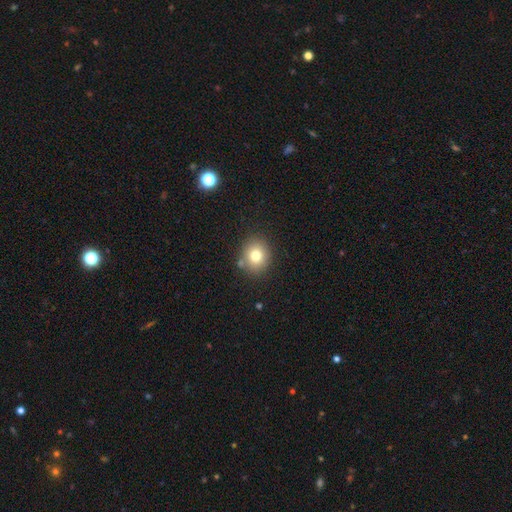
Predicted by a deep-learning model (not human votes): This appears to be a smooth galaxy with no disk features (78%) that is round (73%). Merging: none (81%).